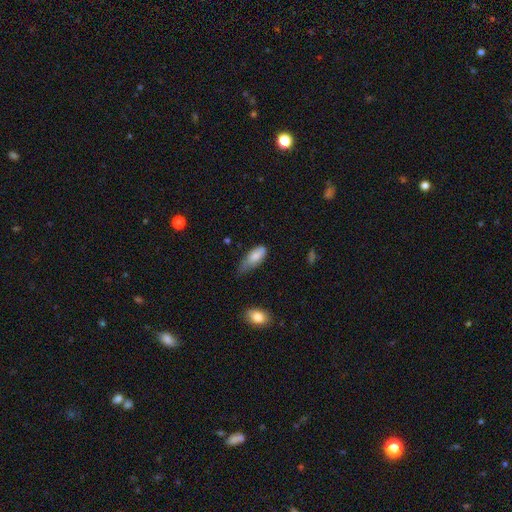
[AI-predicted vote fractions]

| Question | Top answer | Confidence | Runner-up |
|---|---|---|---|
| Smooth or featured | smooth | 80% | featured or disk (13%) |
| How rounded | in between | 84% | cigar-shaped (14%) |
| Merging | minor disturbance | 51% | none (24%) |